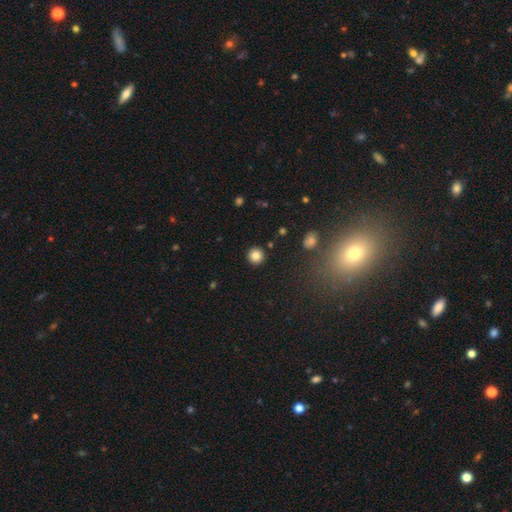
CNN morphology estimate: The model was most divided on "smooth or featured": smooth: 84%, star or artifact: 11%, featured or disk: 6%. More confident: how rounded — round (95%); merging — none (91%).